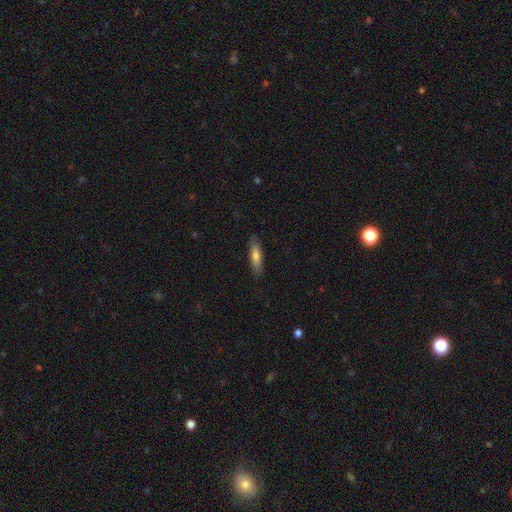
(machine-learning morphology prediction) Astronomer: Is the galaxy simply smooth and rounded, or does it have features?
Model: smooth — 72%.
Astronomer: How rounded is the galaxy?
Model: cigar-shaped — 67%.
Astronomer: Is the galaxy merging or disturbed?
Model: none — 86%.